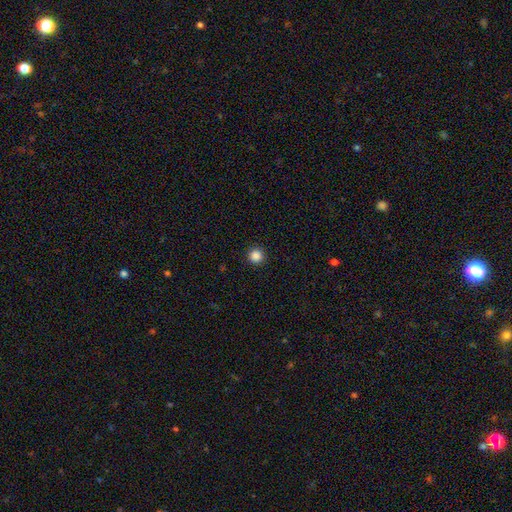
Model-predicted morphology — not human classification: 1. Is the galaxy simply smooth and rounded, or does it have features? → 86% smooth, 11% star or artifact, 3% featured or disk.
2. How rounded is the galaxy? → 96% round, 3% in between, 1% cigar-shaped.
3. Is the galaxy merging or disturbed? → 94% none, 4% minor disturbance, 2% major disturbance, 1% merger.